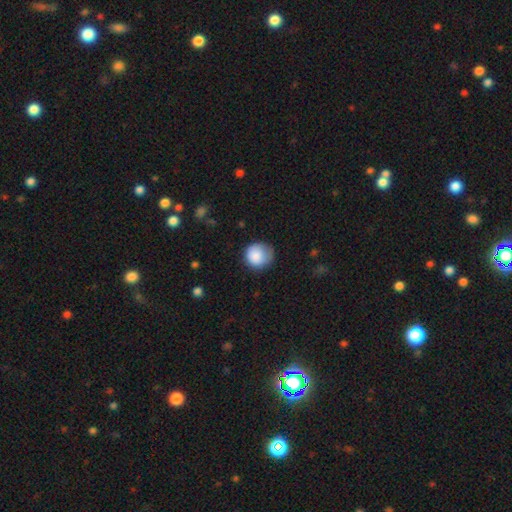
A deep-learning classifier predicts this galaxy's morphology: type=smooth (86%); roundness=round (90%); merging=none (64%).